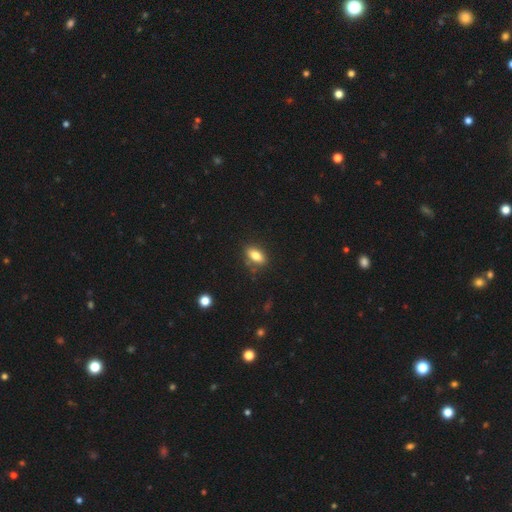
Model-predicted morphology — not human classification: This appears to be a smooth galaxy with no disk features (79%) that is in between round and cigar-shaped (85%). Merging: none (81%).